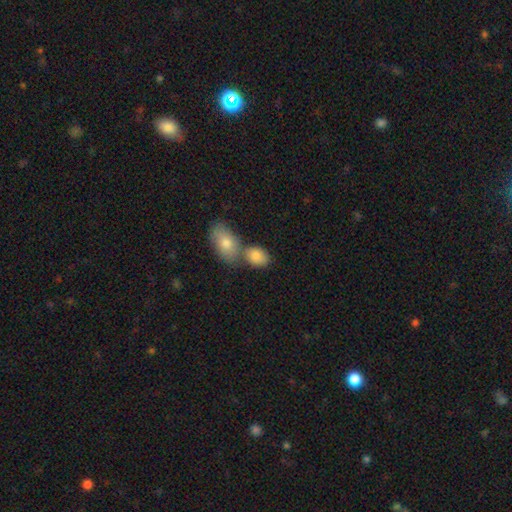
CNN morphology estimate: A smooth galaxy with no disk features (83%) that is in between round and cigar-shaped (82%). Merging: merger (47%).